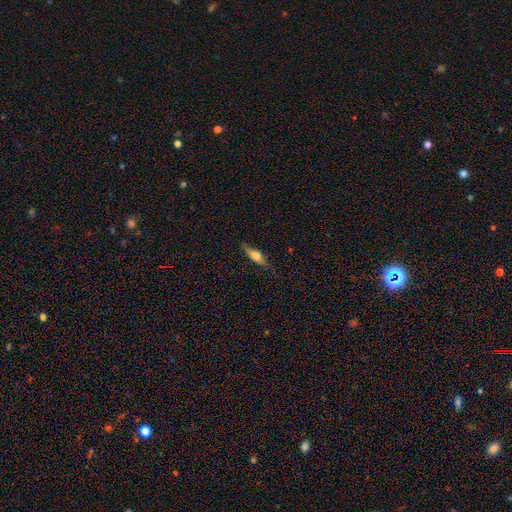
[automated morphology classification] Smooth or featured: smooth — 48% (featured or disk — 45%)
Merging: none — 81% (minor disturbance — 15%)